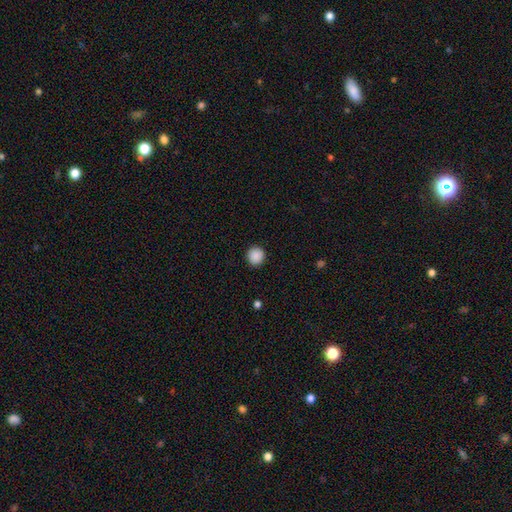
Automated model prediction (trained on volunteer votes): A smooth galaxy with no disk features (89%) that is round (95%). Merging: none (93%).